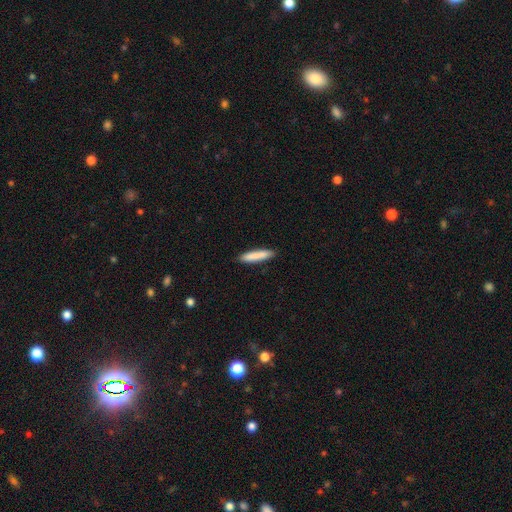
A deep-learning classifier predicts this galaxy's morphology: Smooth or featured? Predicted: smooth (p=0.85). How rounded? Predicted: cigar-shaped (p=0.88). Merging? Predicted: none (p=0.89).